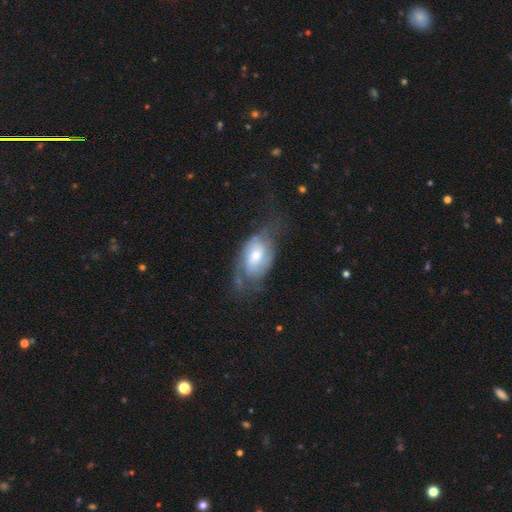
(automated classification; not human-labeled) smooth_or_featured: featured or disk (p=0.57) [alt: smooth p=0.36]
disk_edge_on: no (p=0.93) [alt: yes p=0.07]
bar: no (p=0.63) [alt: weak p=0.30]
has_spiral_arms: yes (p=0.77) [alt: no p=0.23]
bulge_size: moderate (p=0.54) [alt: small p=0.33]
merging: none (p=0.44) [alt: minor disturbance p=0.29]